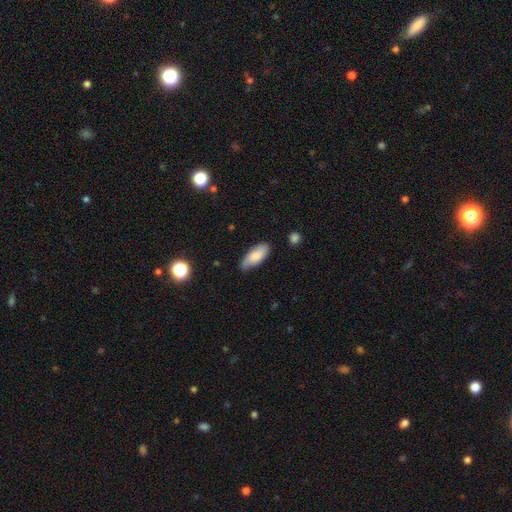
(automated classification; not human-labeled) Smooth or featured?
  - smooth: 78% *
  - featured or disk: 16%
  - star or artifact: 7%
How rounded?
  - in between: 80% *
  - cigar-shaped: 17%
  - round: 2%
Merging?
  - none: 75% *
  - minor disturbance: 21%
  - major disturbance: 3%
  - merger: 2%